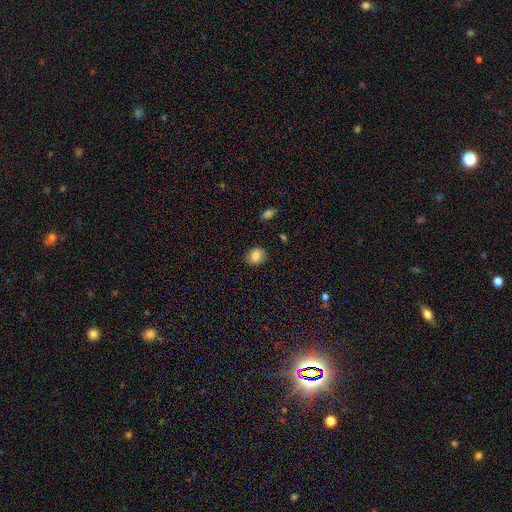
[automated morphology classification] A smooth galaxy with no disk features (83%) that is round (55%).

Vote fractions:
- Smooth or featured? smooth: 83% / star or artifact: 9% / featured or disk: 8%
- How rounded? round: 55% / in between: 44% / cigar-shaped: 1%
- Merging? none: 87% / minor disturbance: 10% / major disturbance: 2% / merger: 1%